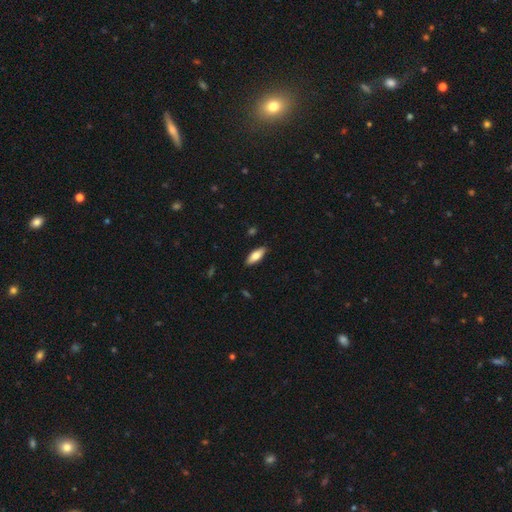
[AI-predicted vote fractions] Smooth or featured: smooth — 73% (featured or disk — 21%)
How rounded: in between — 70% (cigar-shaped — 28%)
Merging: none — 89% (minor disturbance — 9%)